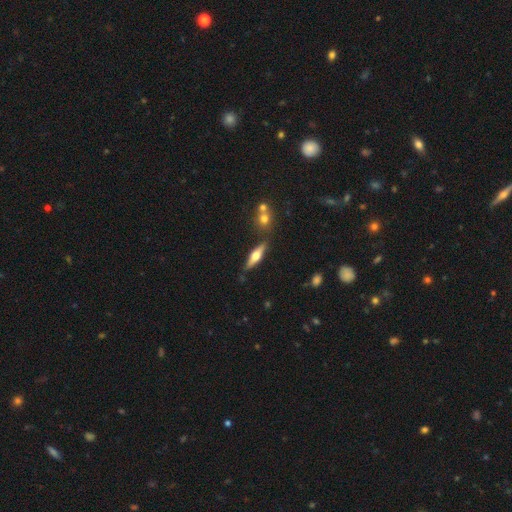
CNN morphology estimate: Q: Smooth or featured?
A: featured or disk (55%); runner-up: smooth (39%)
Q: Edge-on disk?
A: yes (93%); runner-up: no (7%)
Q: Edge-on bulge?
A: rounded (92%); runner-up: boxy (6%)
Q: Merging?
A: none (81%); runner-up: minor disturbance (11%)